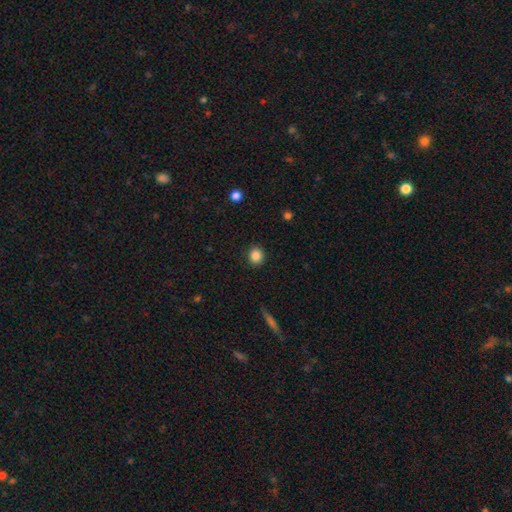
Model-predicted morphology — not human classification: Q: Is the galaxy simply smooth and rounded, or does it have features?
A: smooth — 87%.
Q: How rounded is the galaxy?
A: round — 81%.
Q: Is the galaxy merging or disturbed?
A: none — 90%.